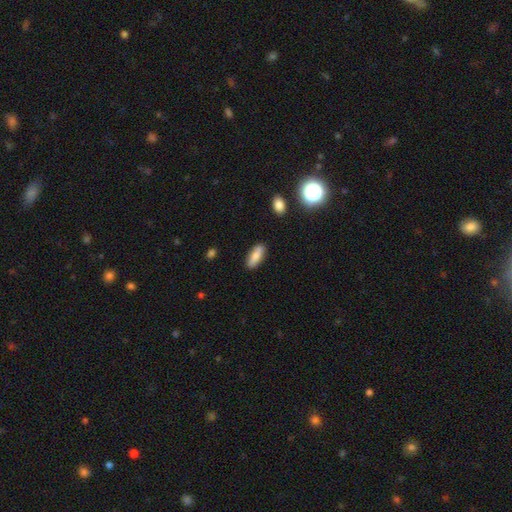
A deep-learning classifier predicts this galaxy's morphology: Smooth or featured: smooth — 81% (featured or disk — 12%)
How rounded: in between — 62% (cigar-shaped — 36%)
Merging: none — 87% (minor disturbance — 9%)